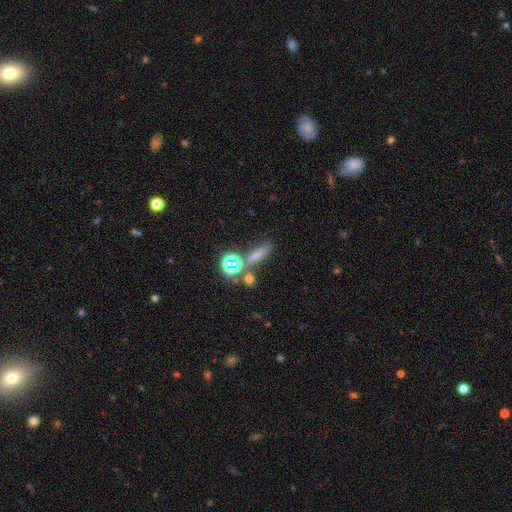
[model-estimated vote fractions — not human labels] Smooth or featured? smooth (62%)
How rounded? cigar-shaped (58%)
Merging? none (64%)